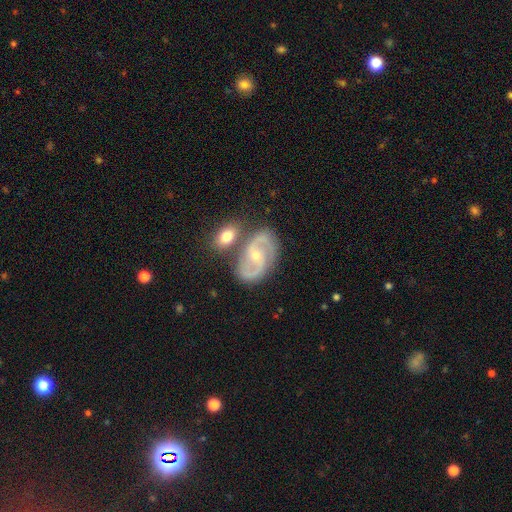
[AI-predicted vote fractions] Overall: featured or disk (87%). Edge-on disk: no (97%). Bar: no (44%; weak 42%). Spiral arms: yes (97%). Spiral arm count: 2 (91%). Spiral winding: medium (58%; tight 23%). Bulge size: small (60%; moderate 37%). Merging: none (63%).